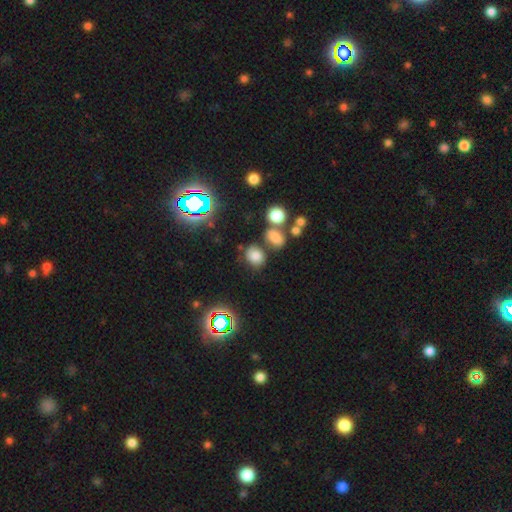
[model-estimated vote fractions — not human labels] This is likely a smooth galaxy (72%). How rounded: possibly round (50%). Merging: likely none (62%).